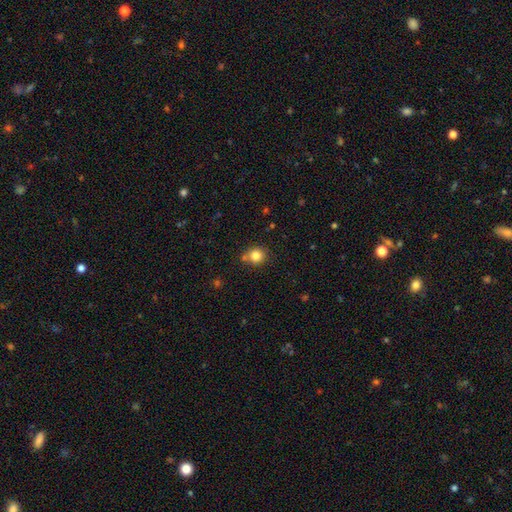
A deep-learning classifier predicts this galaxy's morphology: This is clearly a smooth galaxy (82%). How rounded: clearly round (90%). Merging: likely none (75%).